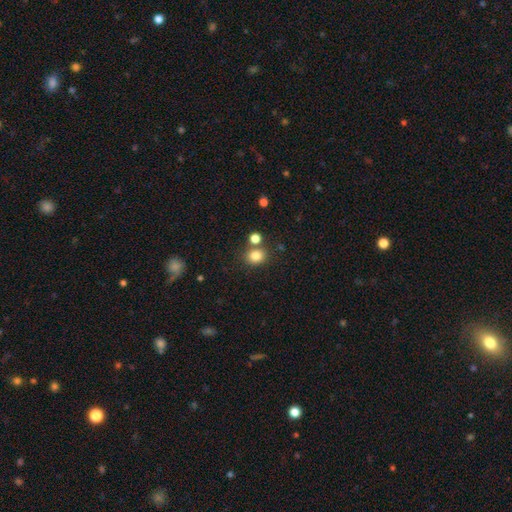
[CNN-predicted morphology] The model was most divided on "how rounded": round: 66%, in between: 33%, cigar-shaped: 1%. More confident: smooth or featured — smooth (82%); merging — none (73%).